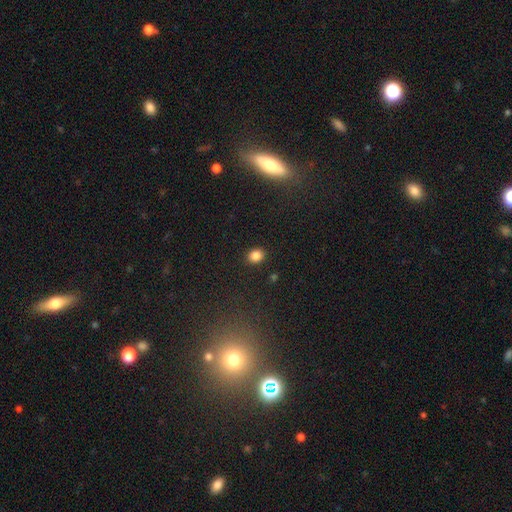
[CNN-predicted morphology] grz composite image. It shows a smooth galaxy with no disk features (85%) that is round (52%). Merging: none (90%).